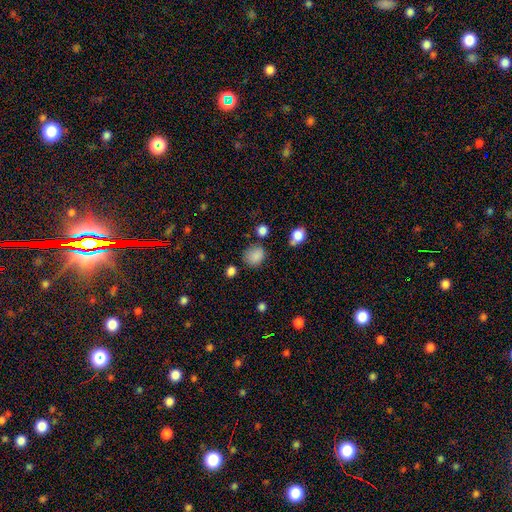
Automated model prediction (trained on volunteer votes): smooth_or_featured: smooth (p=0.84) [alt: star or artifact p=0.12]
how_rounded: round (p=0.69) [alt: in between p=0.30]
merging: none (p=0.71) [alt: minor disturbance p=0.19]